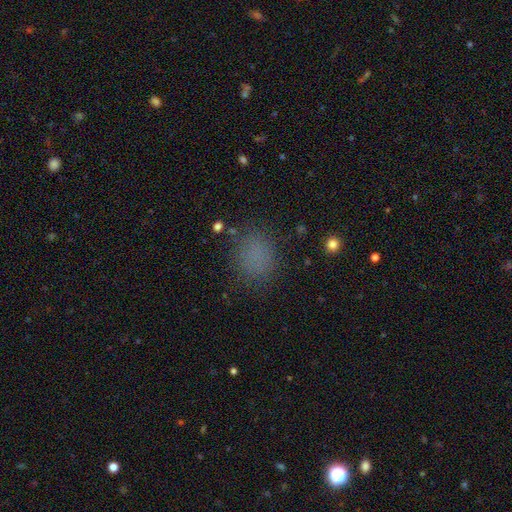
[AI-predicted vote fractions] Morphology: type=smooth (76%); roundness=round (56%); merging=none (81%).